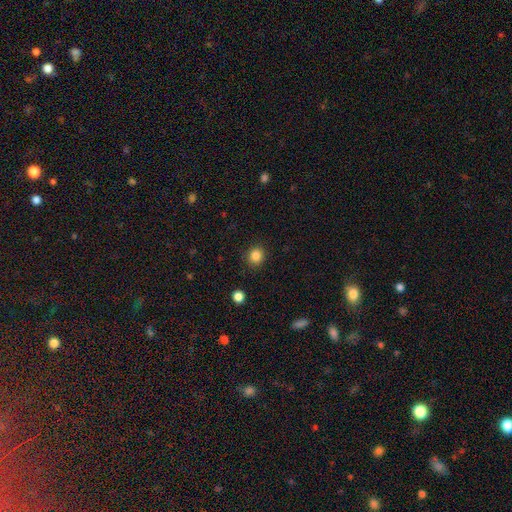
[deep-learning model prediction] This is clearly a smooth galaxy (85%). How rounded: clearly round (85%). Merging: clearly none (90%).